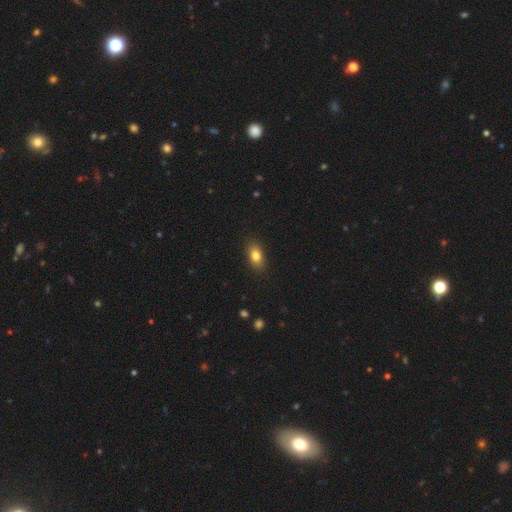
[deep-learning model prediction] Smooth or featured? smooth (82%)
How rounded? in between (84%)
Merging? none (87%)